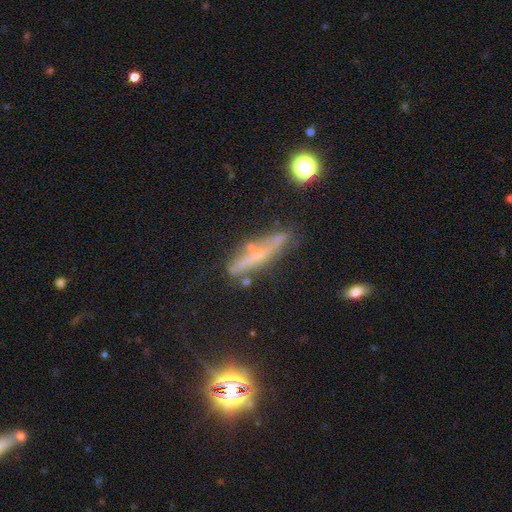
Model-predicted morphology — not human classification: This appears to be a featured or disk galaxy (51%) viewed edge-on (79%). Merging: none (67%).